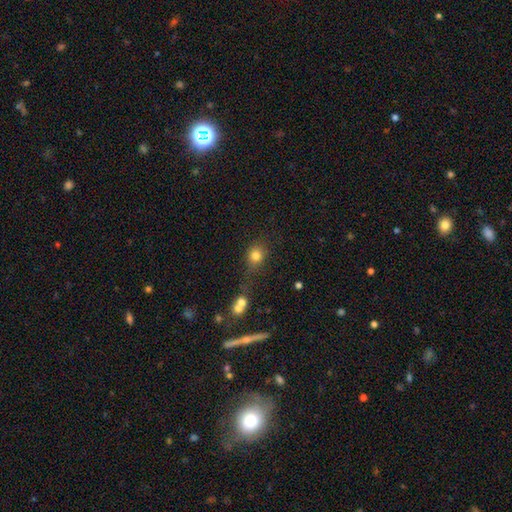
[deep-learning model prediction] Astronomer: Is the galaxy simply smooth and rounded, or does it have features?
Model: smooth — 79%.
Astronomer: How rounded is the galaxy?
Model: round — 73%.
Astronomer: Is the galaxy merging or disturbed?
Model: none — 62%.